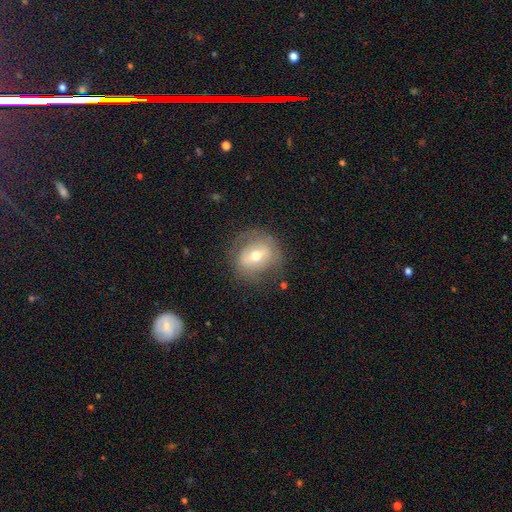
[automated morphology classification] Q: Smooth or featured?
A: featured or disk (50%); runner-up: smooth (42%)
Q: Merging?
A: none (72%); runner-up: minor disturbance (18%)